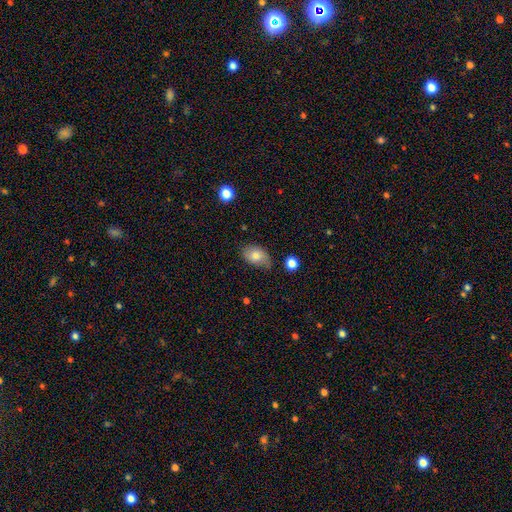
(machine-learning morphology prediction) smooth_or_featured: smooth (p=0.71) [alt: featured or disk p=0.20]
how_rounded: in between (p=0.84) [alt: round p=0.15]
merging: none (p=0.57) [alt: minor disturbance p=0.33]